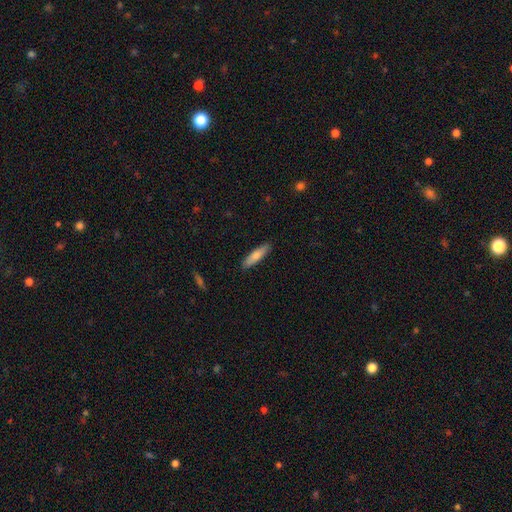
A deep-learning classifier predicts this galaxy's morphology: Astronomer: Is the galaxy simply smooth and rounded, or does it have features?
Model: smooth — 73%.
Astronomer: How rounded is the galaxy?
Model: cigar-shaped — 76%.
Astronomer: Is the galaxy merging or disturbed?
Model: none — 89%.